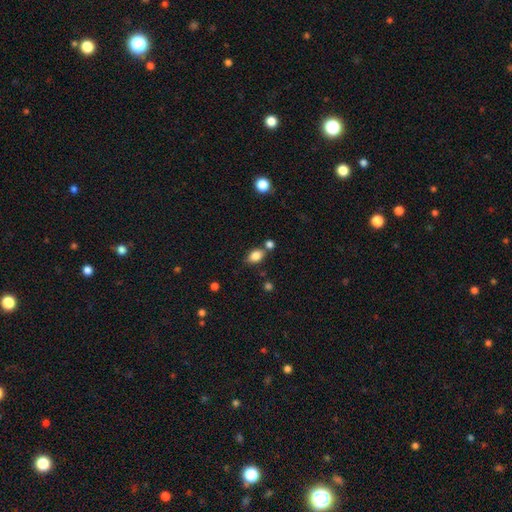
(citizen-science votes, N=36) Smooth or featured: smooth — 92% (featured or disk — 6%)
How rounded: in between — 82% (round — 18%)
Merging: none — 74% (minor disturbance — 14%)